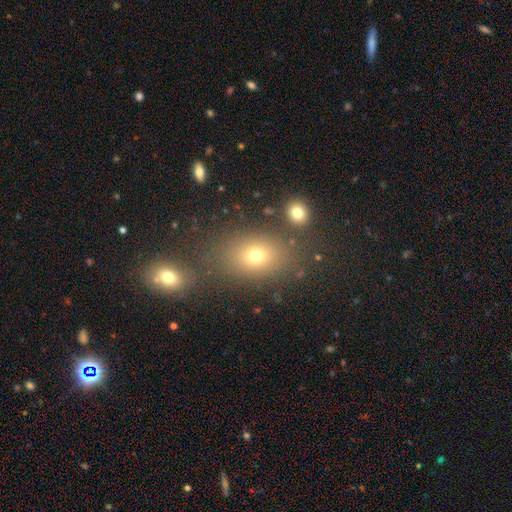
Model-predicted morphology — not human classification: This appears to be a smooth galaxy with no disk features (69%) that is in between round and cigar-shaped (69%). Merging: none (72%).